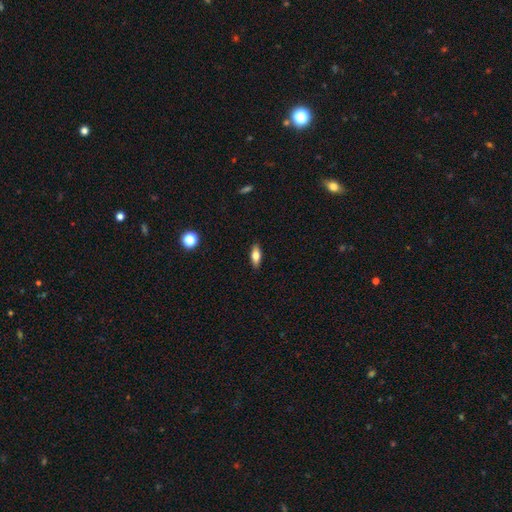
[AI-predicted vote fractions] The model was most divided on "how rounded": in between: 75%, cigar-shaped: 22%, round: 3%. More confident: merging — none (89%); smooth or featured — smooth (74%).